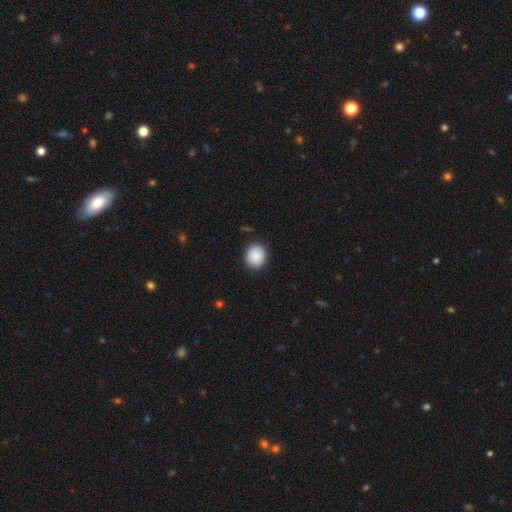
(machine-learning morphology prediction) Smooth or featured? Predicted: smooth (p=0.89). How rounded? Predicted: round (p=0.78). Merging? Predicted: none (p=0.88).